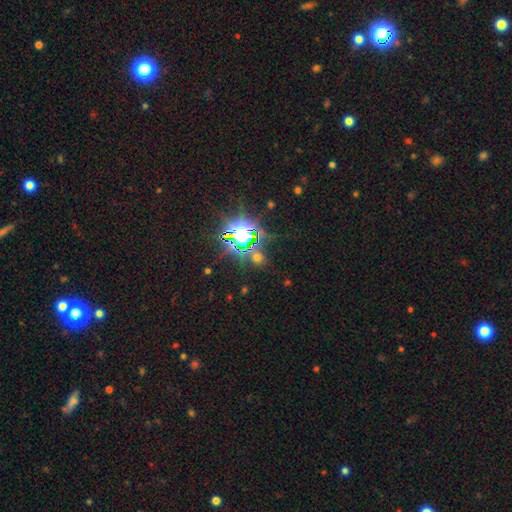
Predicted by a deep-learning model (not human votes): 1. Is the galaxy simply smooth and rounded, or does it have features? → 76% star or artifact, 16% smooth, 9% featured or disk.